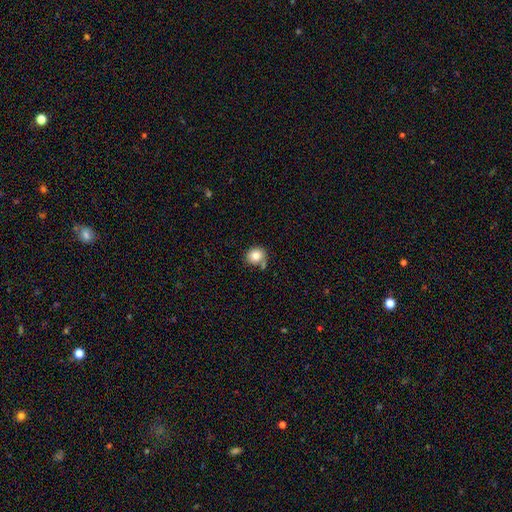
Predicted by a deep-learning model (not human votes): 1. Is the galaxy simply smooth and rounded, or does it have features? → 82% smooth, 10% star or artifact, 9% featured or disk.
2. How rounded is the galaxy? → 79% round, 21% in between, 1% cigar-shaped.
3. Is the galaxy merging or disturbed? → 65% none, 16% minor disturbance, 14% merger, 5% major disturbance.